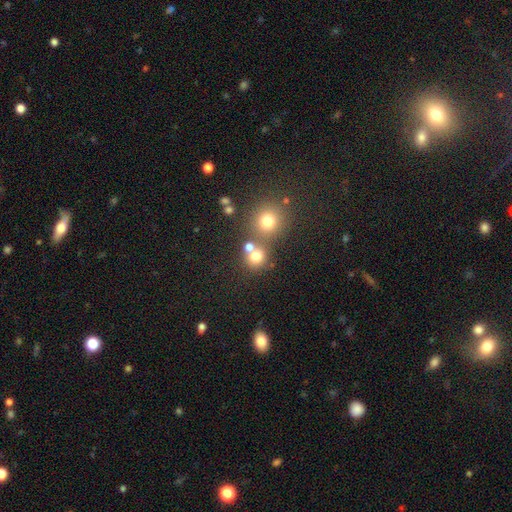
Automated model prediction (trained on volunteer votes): This is likely a smooth galaxy (73%). How rounded: clearly round (85%). Merging: possibly none (57%).